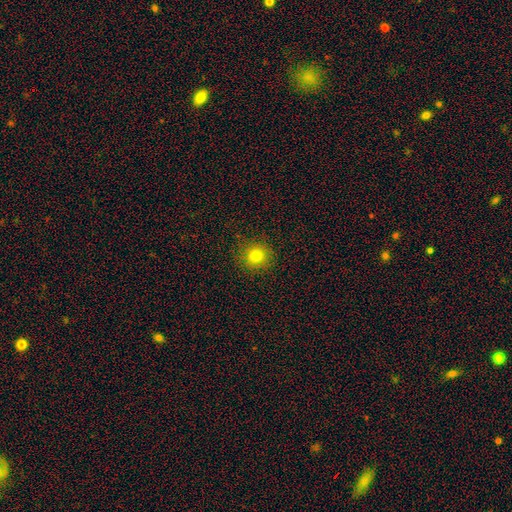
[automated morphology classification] A smooth galaxy with no disk features (80%) that is round (93%).

Vote fractions:
- Smooth or featured? smooth: 80% / star or artifact: 14% / featured or disk: 6%
- How rounded? round: 93% / in between: 6% / cigar-shaped: 1%
- Merging? none: 90% / minor disturbance: 6% / major disturbance: 2% / merger: 1%